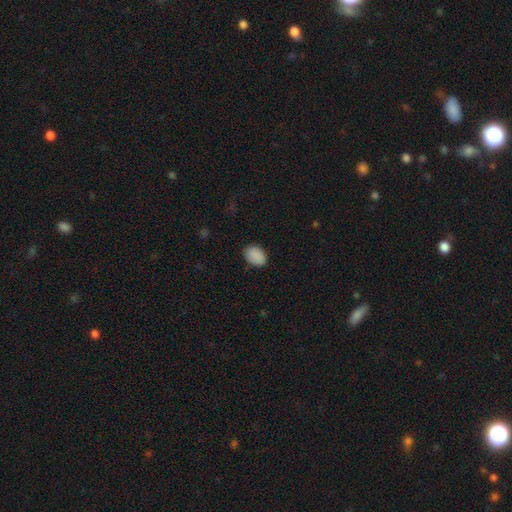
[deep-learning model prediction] A smooth galaxy with no disk features (89%) that is in between round and cigar-shaped (80%). Merging: none (83%).